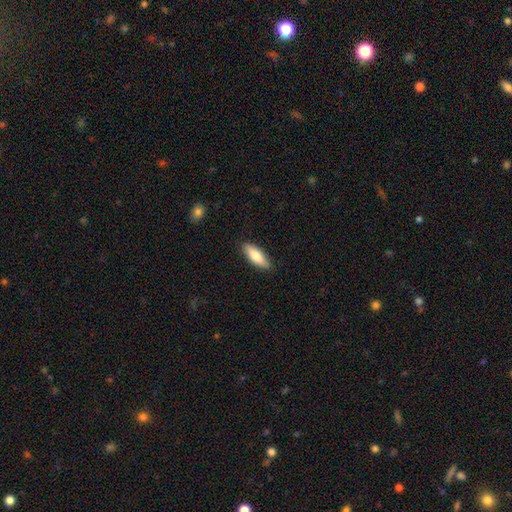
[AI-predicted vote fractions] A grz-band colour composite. It shows a smooth galaxy with no disk features (77%) that is in between round and cigar-shaped (63%). Merging: none (88%).